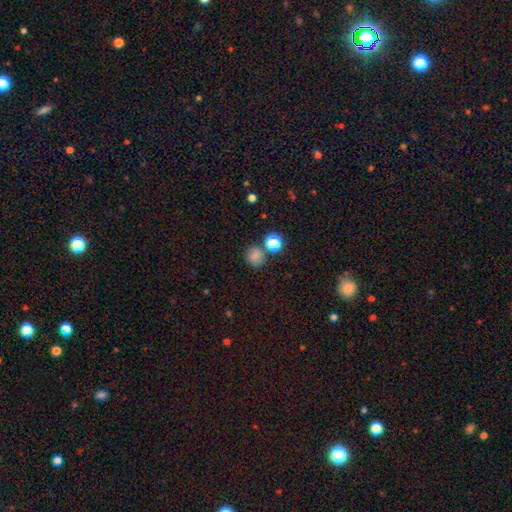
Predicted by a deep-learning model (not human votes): smooth-or-featured: smooth: 79% | star or artifact: 15% | featured or disk: 6%
  how-rounded: round: 87% | in between: 12% | cigar-shaped: 1%
  merging: none: 74% | merger: 12% | minor disturbance: 10% | major disturbance: 4%